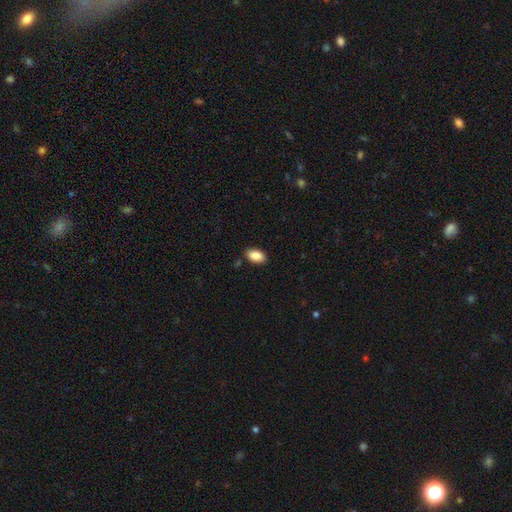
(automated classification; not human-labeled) Smooth or featured? smooth (88%)
How rounded? in between (93%)
Merging? none (87%)